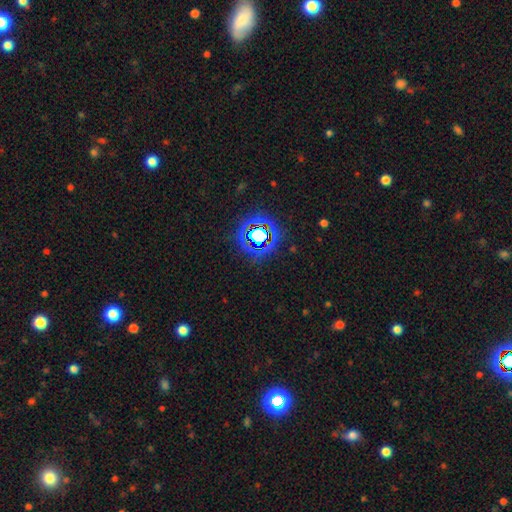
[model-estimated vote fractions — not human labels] smooth_or_featured: star or artifact (p=0.75) [alt: smooth p=0.16]